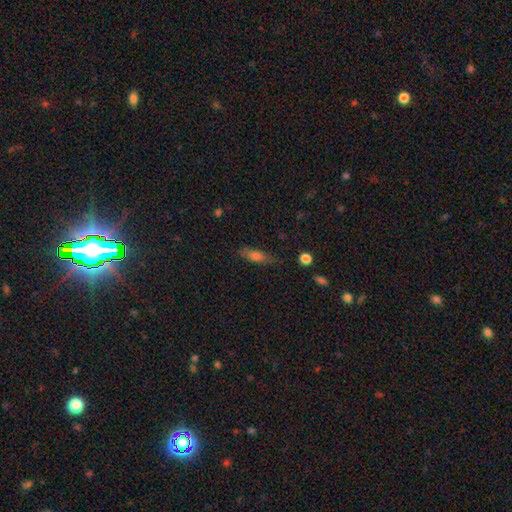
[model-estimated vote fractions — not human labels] Morphology: type=smooth (58%); roundness=cigar-shaped (49%); merging=none (75%).